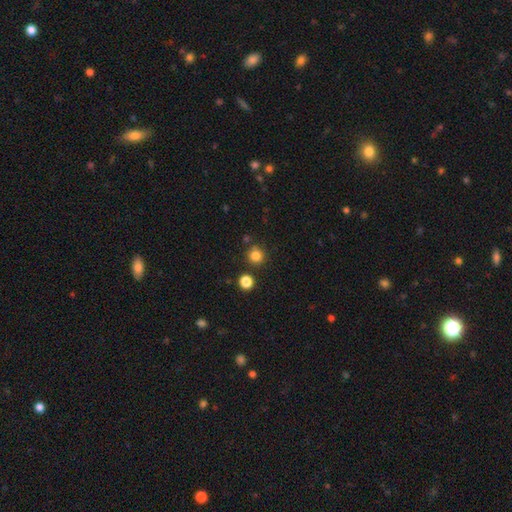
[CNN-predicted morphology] smooth_or_featured: smooth (p=0.83) [alt: star or artifact p=0.13]
how_rounded: round (p=0.93) [alt: in between p=0.06]
merging: none (p=0.84) [alt: minor disturbance p=0.07]